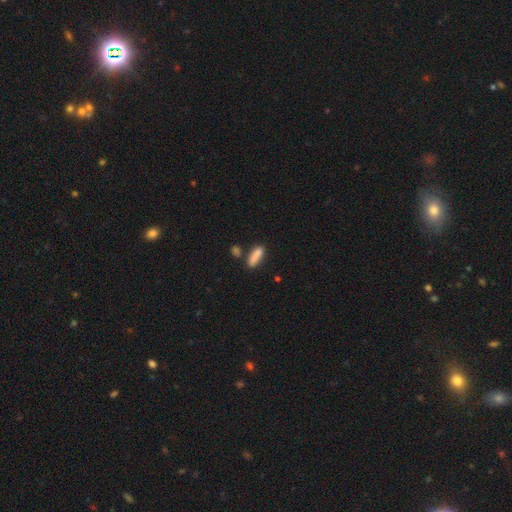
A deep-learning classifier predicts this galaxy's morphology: Smooth or featured? Predicted: smooth (p=0.83). How rounded? Predicted: cigar-shaped (p=0.54). Merging? Predicted: none (p=0.63).